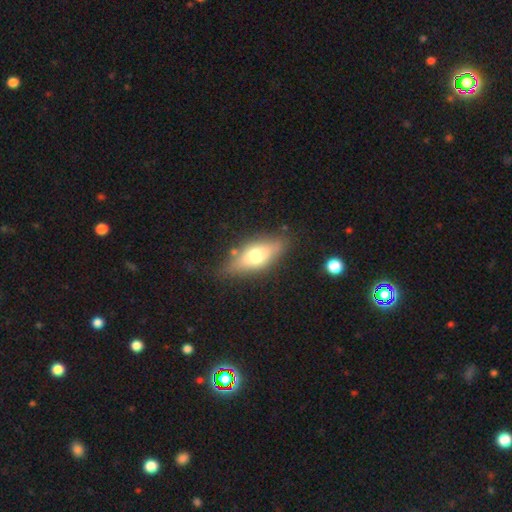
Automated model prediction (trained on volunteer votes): A smooth galaxy with no disk features (58%) that is in between round and cigar-shaped (68%).

Vote fractions:
- Smooth or featured? smooth: 58% / featured or disk: 35% / star or artifact: 7%
- How rounded? in between: 68% / cigar-shaped: 28% / round: 4%
- Merging? none: 77% / minor disturbance: 16% / major disturbance: 4% / merger: 3%